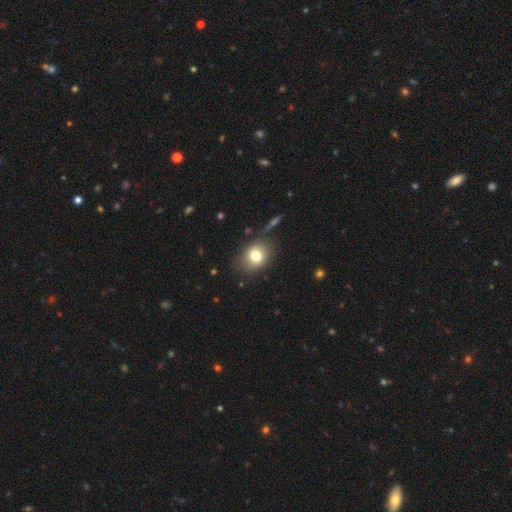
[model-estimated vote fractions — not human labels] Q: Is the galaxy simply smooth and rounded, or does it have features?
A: smooth — 76%.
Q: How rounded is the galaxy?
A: in between — 55%.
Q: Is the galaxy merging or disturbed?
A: none — 78%.